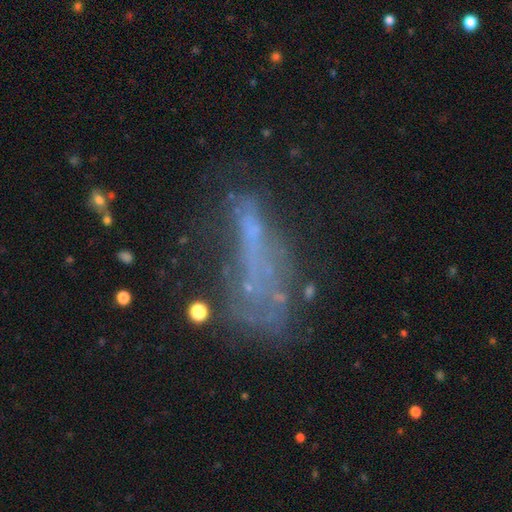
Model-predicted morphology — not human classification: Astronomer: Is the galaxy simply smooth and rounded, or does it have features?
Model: featured or disk — 47% (runner-up: star or artifact, 27%).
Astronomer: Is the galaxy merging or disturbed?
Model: major disturbance — 36% (runner-up: none, 32%).